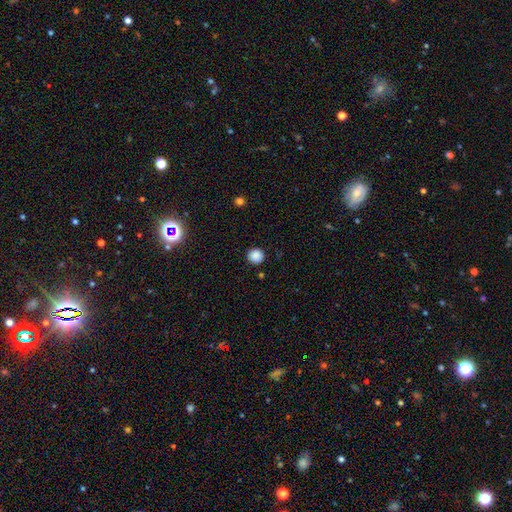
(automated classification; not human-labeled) smooth_or_featured: smooth (p=0.86) [alt: star or artifact p=0.11]
how_rounded: round (p=0.93) [alt: in between p=0.06]
merging: none (p=0.90) [alt: minor disturbance p=0.06]